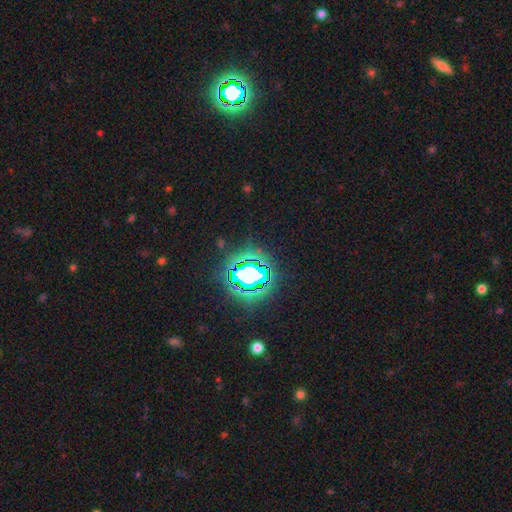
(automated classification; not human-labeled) Morphology: type=star or artifact (79%).